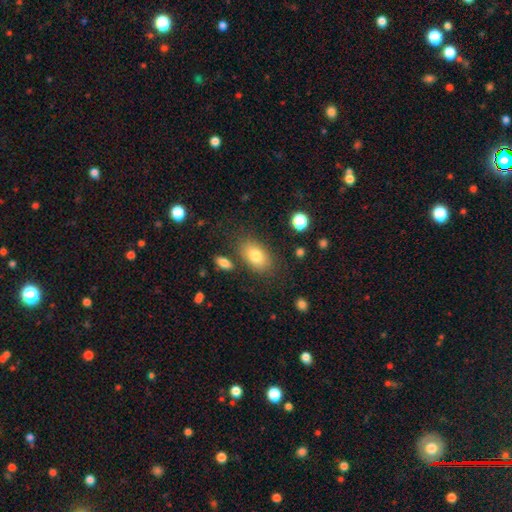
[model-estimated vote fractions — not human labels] smooth-or-featured: smooth: 79% | featured or disk: 12% | star or artifact: 9%
  how-rounded: in between: 87% | round: 11% | cigar-shaped: 2%
  merging: none: 77% | minor disturbance: 13% | merger: 5% | major disturbance: 5%